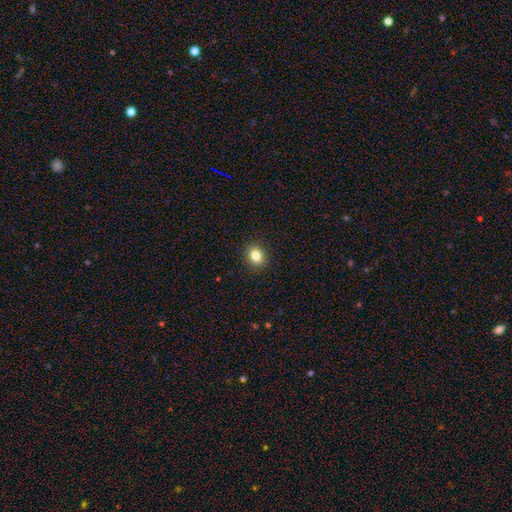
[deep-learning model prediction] smooth_or_featured: smooth (p=0.84) [alt: star or artifact p=0.10]
how_rounded: round (p=0.50) [alt: in between p=0.49]
merging: none (p=0.90) [alt: minor disturbance p=0.07]